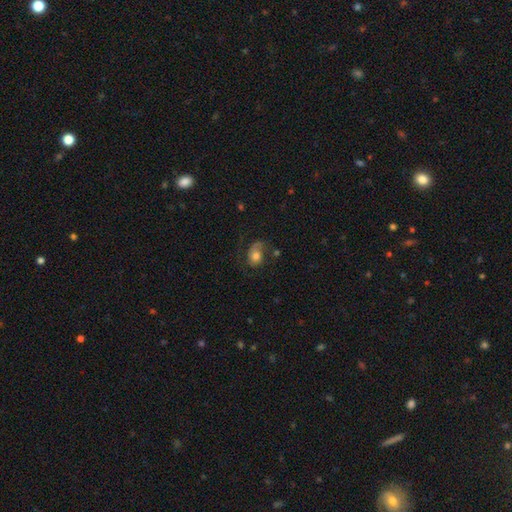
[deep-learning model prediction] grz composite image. It shows a smooth galaxy with no disk features (58%) that is in between round and cigar-shaped (62%). Merging: none (39%).